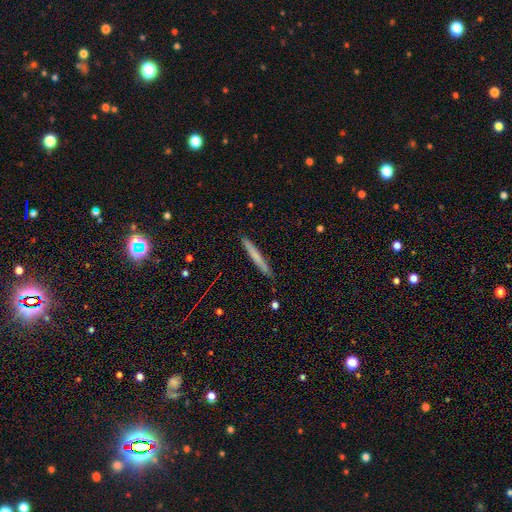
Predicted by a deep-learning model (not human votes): This appears to be a smooth galaxy with no disk features (65%) that is cigar-shaped (96%). Merging: none (88%).